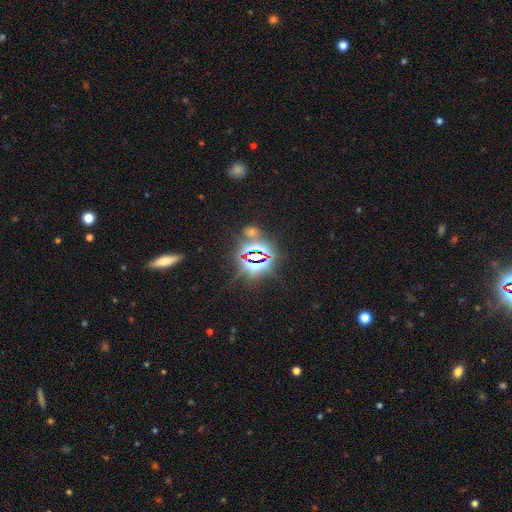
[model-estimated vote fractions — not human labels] Morphology: type=star or artifact (80%).